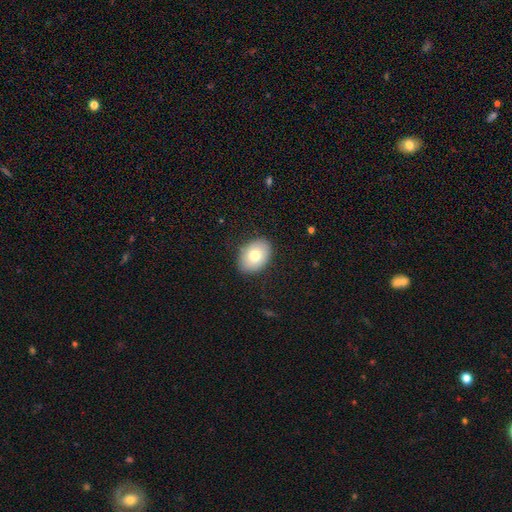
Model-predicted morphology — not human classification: This is likely a smooth galaxy (78%). How rounded: clearly in between (80%). Merging: clearly none (87%).